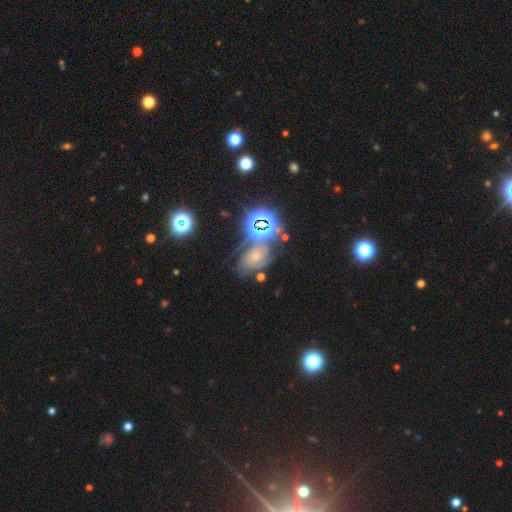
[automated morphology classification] The model was most divided on "smooth or featured": featured or disk: 44%, star or artifact: 37%, smooth: 20%. Remaining: merging — none (49%).